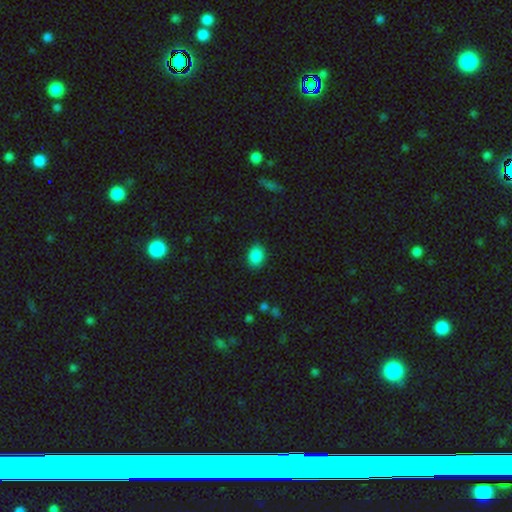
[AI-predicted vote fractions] This appears to be a smooth galaxy with no disk features (87%) that is in between round and cigar-shaped (68%). Merging: none (87%).